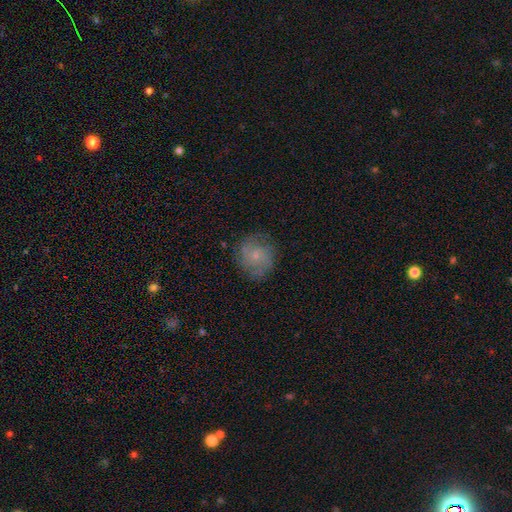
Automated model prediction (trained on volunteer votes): Smooth or featured?
  - featured or disk: 46% *
  - smooth: 45%
  - star or artifact: 9%
Merging?
  - none: 75% *
  - minor disturbance: 17%
  - major disturbance: 6%
  - merger: 1%